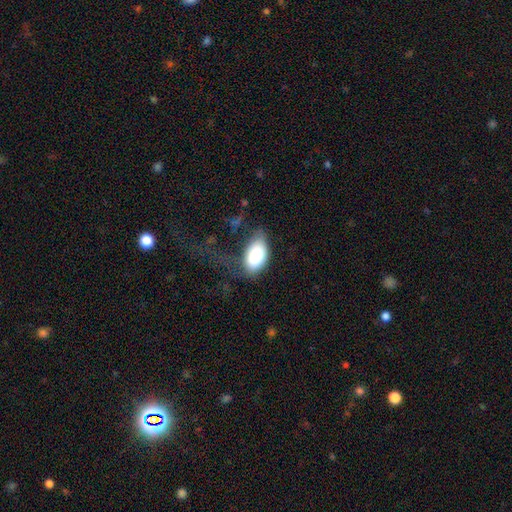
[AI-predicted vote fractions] This is clearly a smooth galaxy (85%). How rounded: clearly in between (94%). Merging: marginally none (41%).